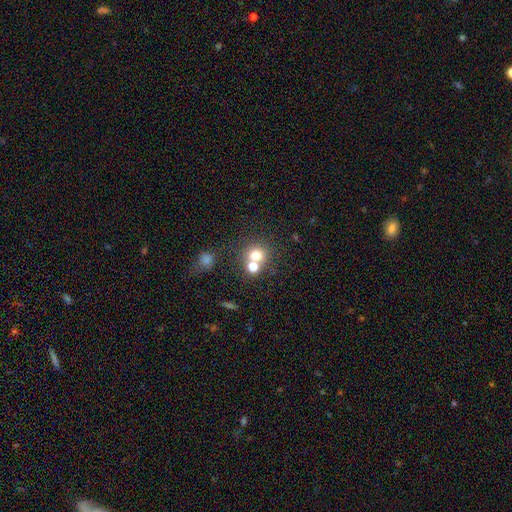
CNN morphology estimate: Q: Smooth or featured?
A: smooth (72%); runner-up: star or artifact (17%)
Q: How rounded?
A: round (84%); runner-up: in between (15%)
Q: Merging?
A: none (52%); runner-up: merger (37%)